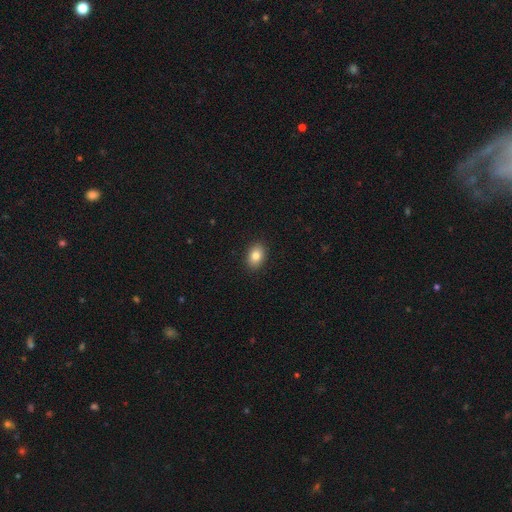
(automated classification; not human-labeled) Smooth or featured?
  - smooth: 83% *
  - star or artifact: 9%
  - featured or disk: 8%
How rounded?
  - in between: 80% *
  - round: 19%
  - cigar-shaped: 1%
Merging?
  - none: 90% *
  - minor disturbance: 7%
  - major disturbance: 2%
  - merger: 1%